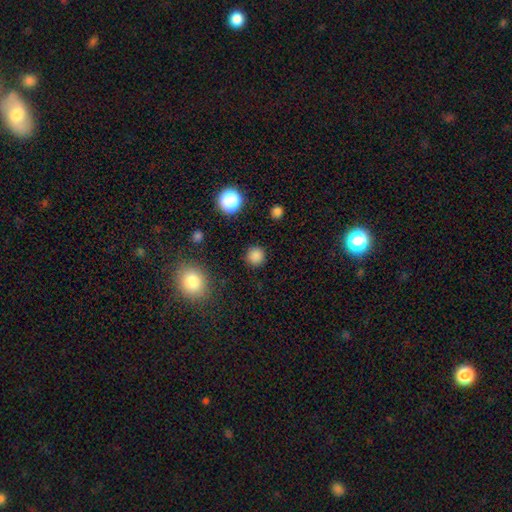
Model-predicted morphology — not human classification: smooth_or_featured: smooth (p=0.84) [alt: star or artifact p=0.13]
how_rounded: round (p=0.93) [alt: in between p=0.06]
merging: none (p=0.88) [alt: minor disturbance p=0.07]